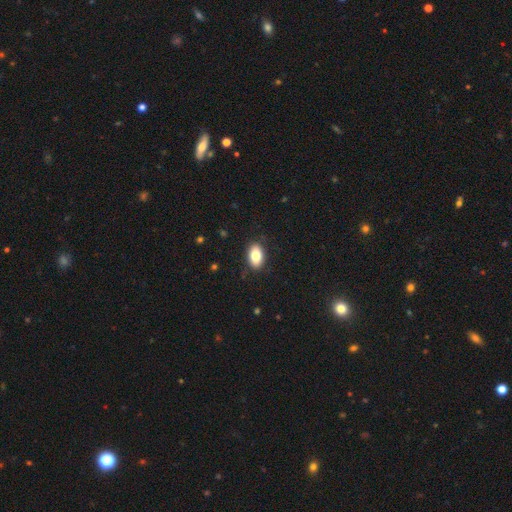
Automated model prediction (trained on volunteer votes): Smooth or featured? smooth (82%)
How rounded? in between (90%)
Merging? none (86%)